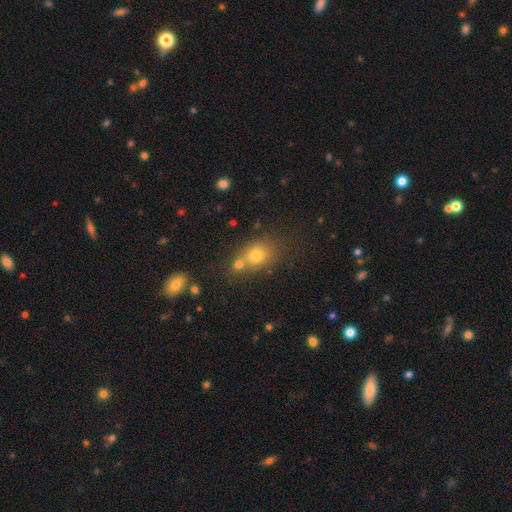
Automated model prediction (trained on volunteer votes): The model was most divided on "merging": none: 46%, merger: 40%, minor disturbance: 10%, major disturbance: 4%. More confident: smooth or featured — smooth (73%); how rounded — round (54%).